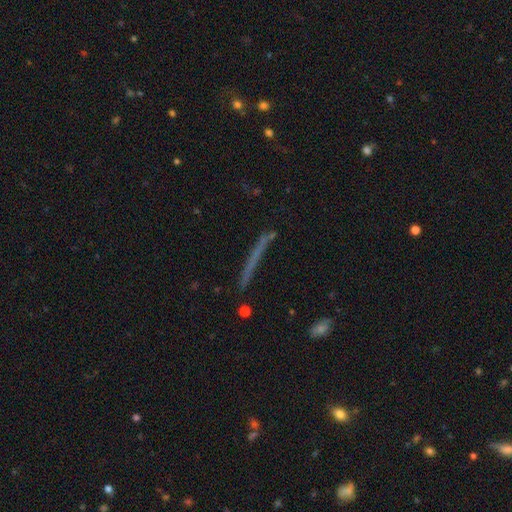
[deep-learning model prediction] Morphology: type=featured or disk (43%); merging=none (77%).